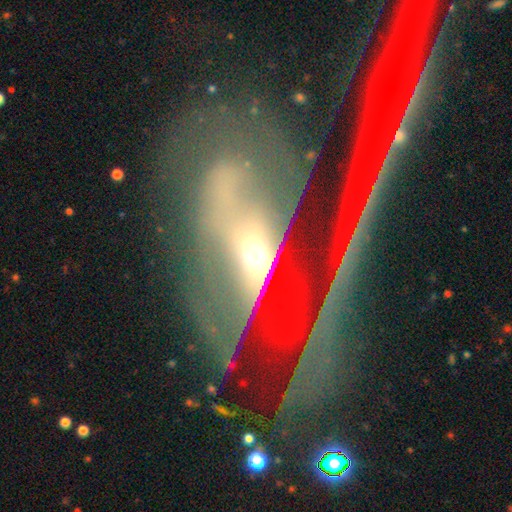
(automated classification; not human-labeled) Q: Smooth or featured?
A: featured or disk (69%); runner-up: smooth (17%)
Q: Edge-on disk?
A: no (81%); runner-up: yes (19%)
Q: Bar?
A: no (48%); runner-up: weak (27%)
Q: Spiral arms?
A: yes (55%); runner-up: no (45%)
Q: Bulge size?
A: moderate (59%); runner-up: small (26%)
Q: Merging?
A: major disturbance (49%); runner-up: none (27%)